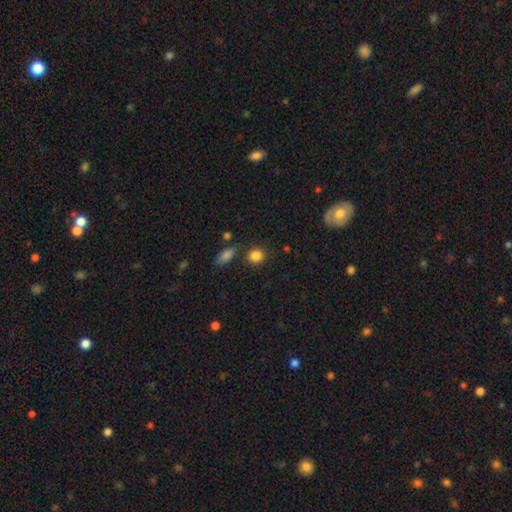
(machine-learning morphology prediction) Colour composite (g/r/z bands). It shows a smooth galaxy with no disk features (86%) that is round (79%). Merging: none (79%).